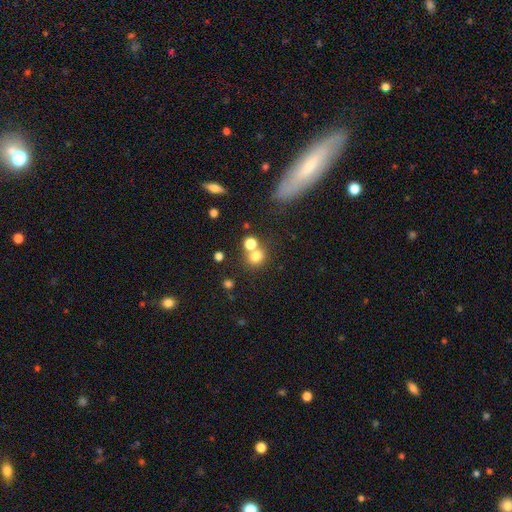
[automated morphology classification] smooth 75%, star or artifact 16%, featured or disk 9%. Down the decision tree: how rounded — round (79%); merging — none (56%).